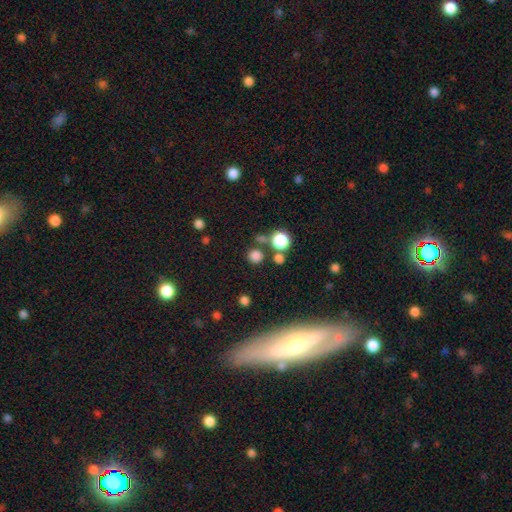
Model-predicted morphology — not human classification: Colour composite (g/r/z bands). It shows a smooth galaxy with no disk features (77%) that is round (91%). Merging: none (76%).